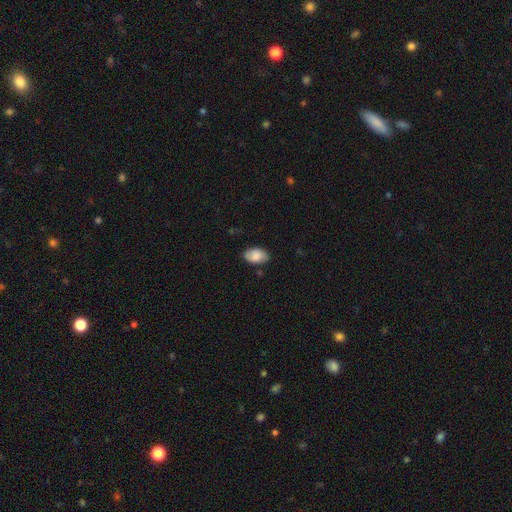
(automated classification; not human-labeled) Smooth or featured? Predicted: smooth (p=0.80). How rounded? Predicted: in between (p=0.92). Merging? Predicted: none (p=0.80).